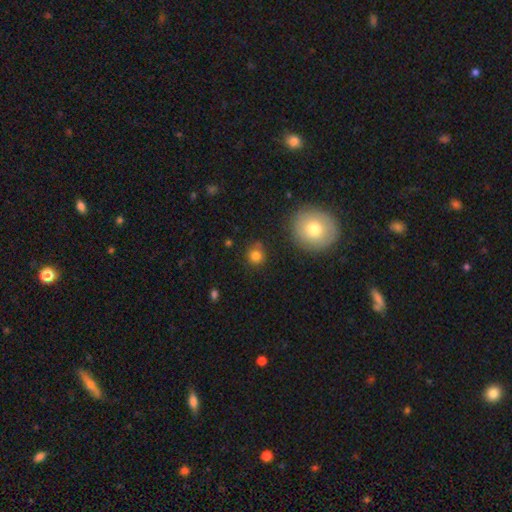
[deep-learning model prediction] Overall: smooth (80%). How rounded: round (89%). Merging: none (80%).